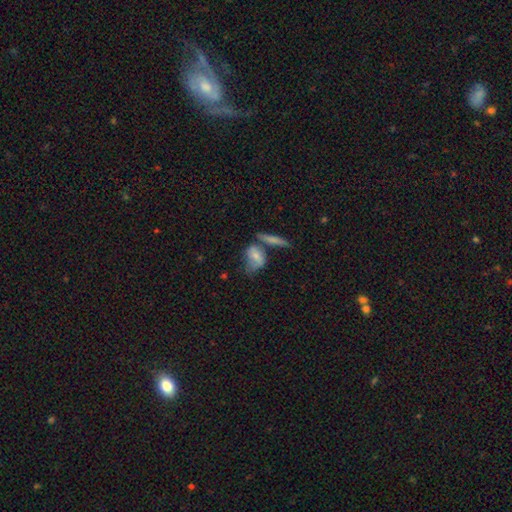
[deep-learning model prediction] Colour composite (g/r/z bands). It shows a smooth galaxy with no disk features (53%) that is in between round and cigar-shaped (69%). Merging: none (40%).